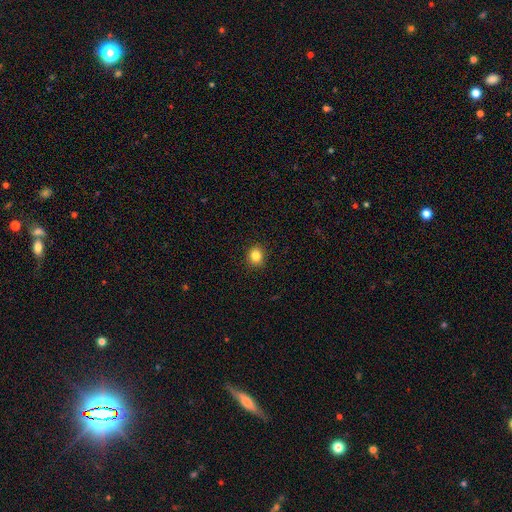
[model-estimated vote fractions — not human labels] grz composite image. It shows a smooth galaxy with no disk features (84%) that is round (73%). Merging: none (90%).